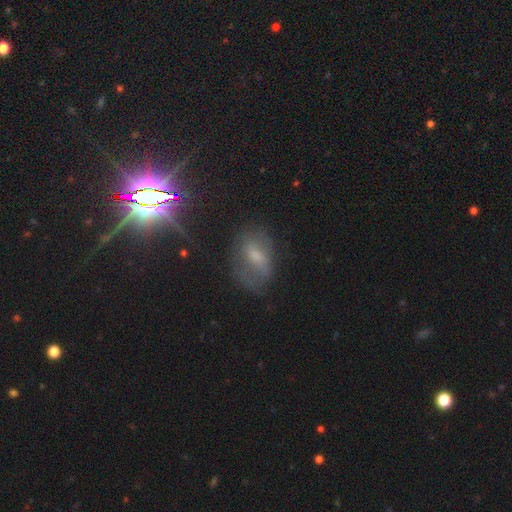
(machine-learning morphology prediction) Overall: smooth (38%; featured or disk 35%). Merging: none (61%; minor disturbance 22%).